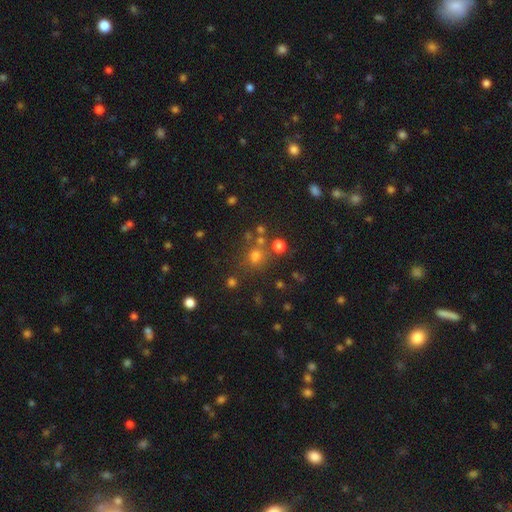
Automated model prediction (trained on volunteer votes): Smooth or featured? Predicted: smooth (p=0.60). How rounded? Predicted: round (p=0.81). Merging? Predicted: none (p=0.70).